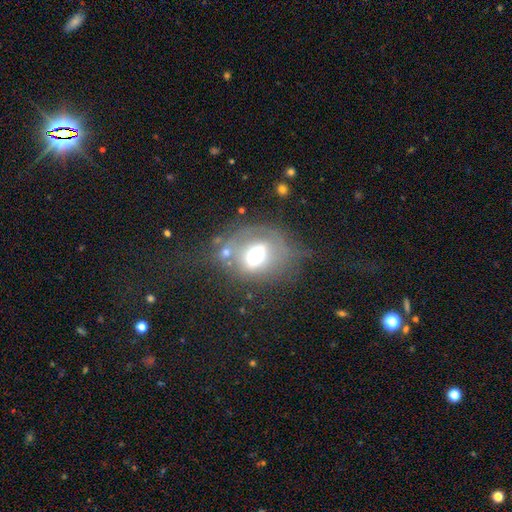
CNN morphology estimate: The model was most divided on "smooth or featured": smooth: 46%, featured or disk: 41%, star or artifact: 13%. Remaining: merging — none (39%).